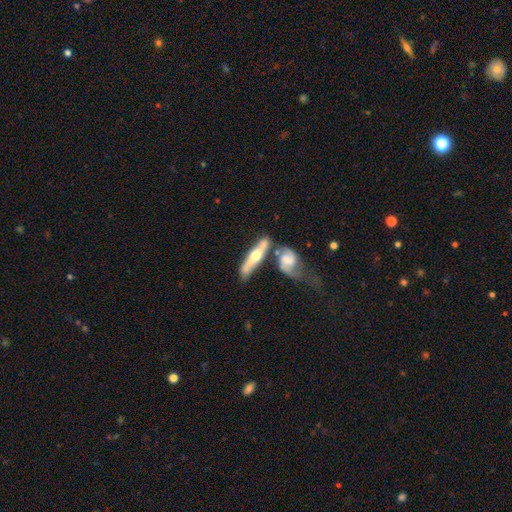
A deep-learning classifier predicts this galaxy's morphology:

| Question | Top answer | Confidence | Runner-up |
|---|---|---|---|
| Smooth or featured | featured or disk | 59% | smooth (35%) |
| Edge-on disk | yes | 76% | no (24%) |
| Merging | none | 51% | merger (26%) |